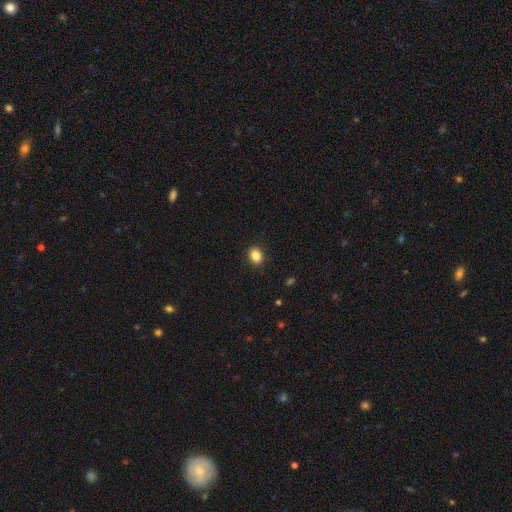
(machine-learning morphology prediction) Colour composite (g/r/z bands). It shows a smooth galaxy with no disk features (86%) that is round (57%). Merging: none (91%).